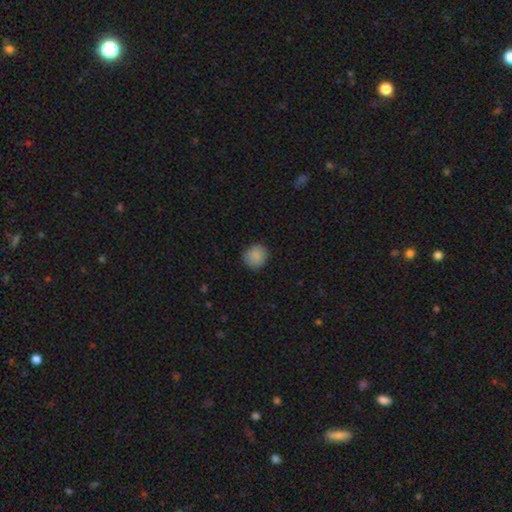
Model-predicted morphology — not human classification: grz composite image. It shows a smooth galaxy with no disk features (88%) that is round (88%). Merging: none (87%).